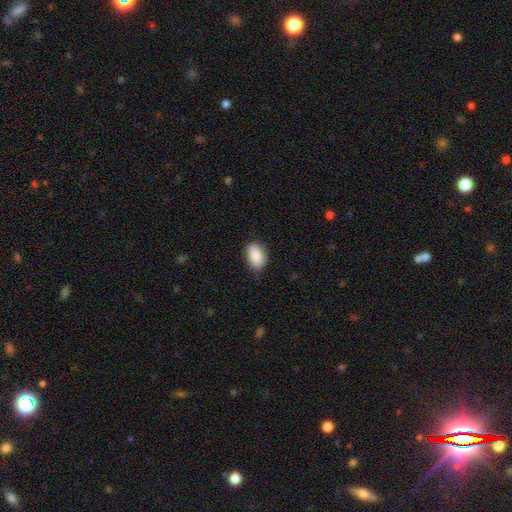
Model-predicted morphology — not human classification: smooth 87%, star or artifact 7%, featured or disk 6%. Down the decision tree: how rounded — in between (90%); merging — none (77%).